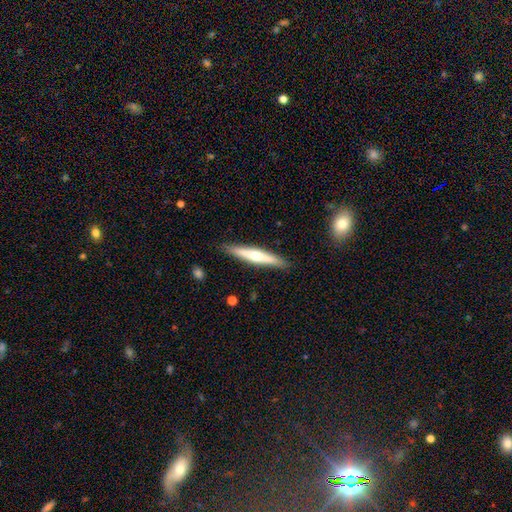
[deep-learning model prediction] A featured or disk galaxy (55%) viewed edge-on (94%) with a rounded central bulge (85%).

Vote fractions:
- Smooth or featured? featured or disk: 55% / smooth: 39% / star or artifact: 6%
- Edge-on disk? yes: 94% / no: 6%
- Edge-on bulge? rounded: 85% / none: 12% / boxy: 3%
- Merging? none: 89% / minor disturbance: 8% / major disturbance: 2% / merger: 1%